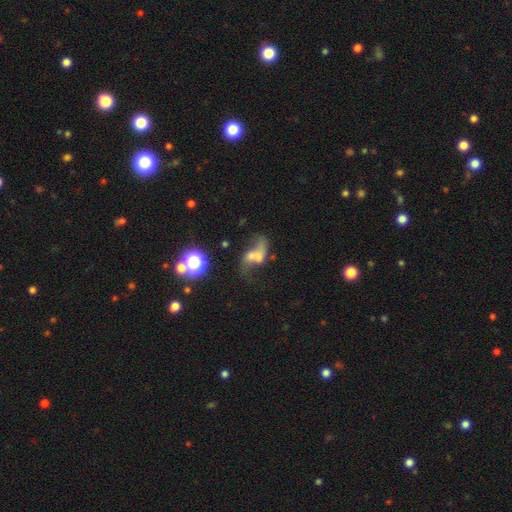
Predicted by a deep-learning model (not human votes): Q: Smooth or featured?
A: featured or disk (53%); runner-up: smooth (30%)
Q: Edge-on disk?
A: no (95%); runner-up: yes (5%)
Q: Bar?
A: no (72%); runner-up: weak (22%)
Q: Spiral arms?
A: yes (56%); runner-up: no (44%)
Q: Bulge size?
A: moderate (35%); runner-up: small (30%)
Q: Merging?
A: merger (49%); runner-up: major disturbance (21%)